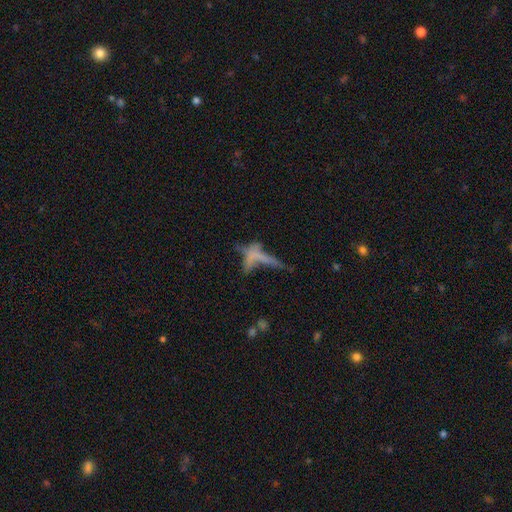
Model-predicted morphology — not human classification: Overall: smooth (45%; featured or disk 37%). Merging: merger (30%; none 29%).